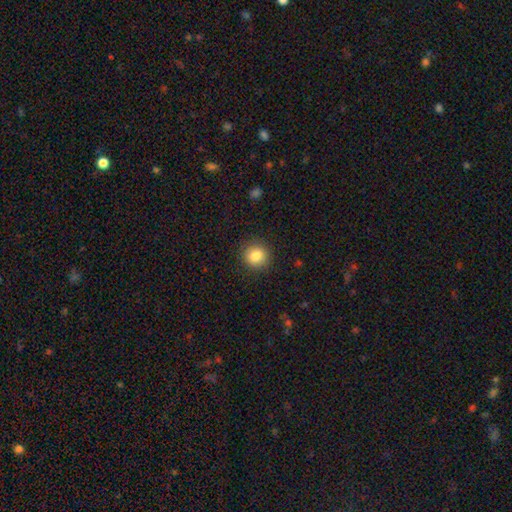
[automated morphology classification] Smooth or featured? Predicted: smooth (p=0.84). How rounded? Predicted: round (p=0.90). Merging? Predicted: none (p=0.90).